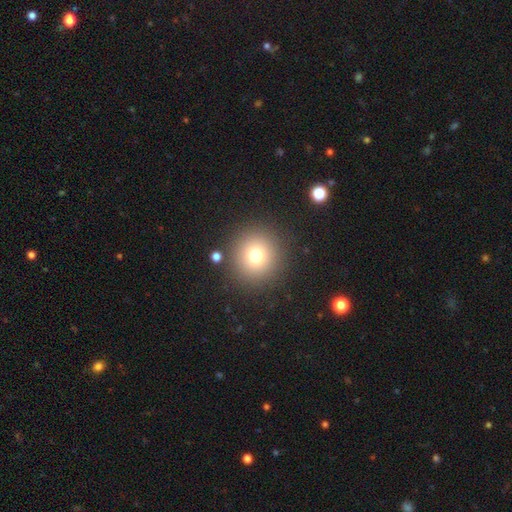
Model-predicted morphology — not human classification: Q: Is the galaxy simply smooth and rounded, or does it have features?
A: smooth — 75%.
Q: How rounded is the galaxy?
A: round — 93%.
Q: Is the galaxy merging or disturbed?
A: none — 87%.